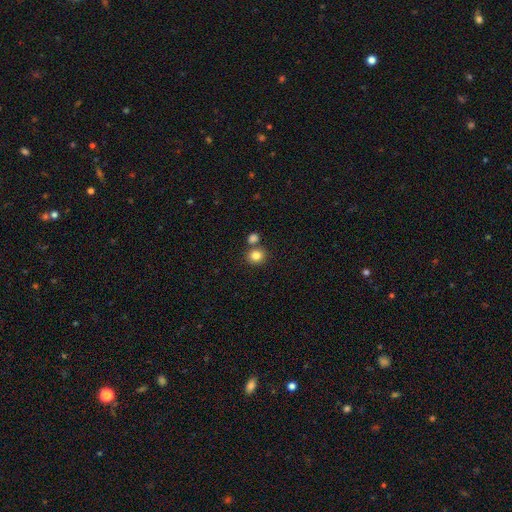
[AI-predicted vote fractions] Q: Smooth or featured?
A: smooth (83%); runner-up: star or artifact (11%)
Q: How rounded?
A: round (78%); runner-up: in between (21%)
Q: Merging?
A: none (69%); runner-up: merger (20%)